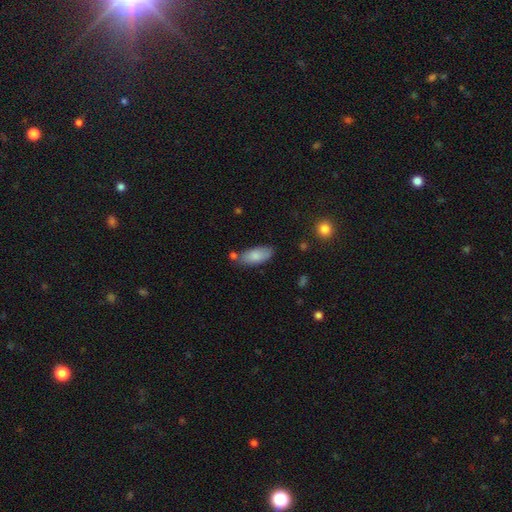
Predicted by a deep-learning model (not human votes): Smooth or featured?
  - smooth: 83% *
  - featured or disk: 11%
  - star or artifact: 7%
How rounded?
  - in between: 85% *
  - cigar-shaped: 13%
  - round: 2%
Merging?
  - none: 70% *
  - minor disturbance: 18%
  - merger: 8%
  - major disturbance: 4%